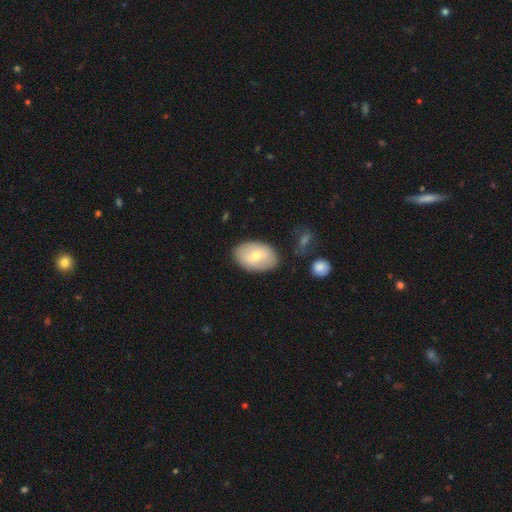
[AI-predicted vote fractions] smooth 63%, featured or disk 30%, star or artifact 6%. Down the decision tree: how rounded — in between (87%); merging — none (81%).